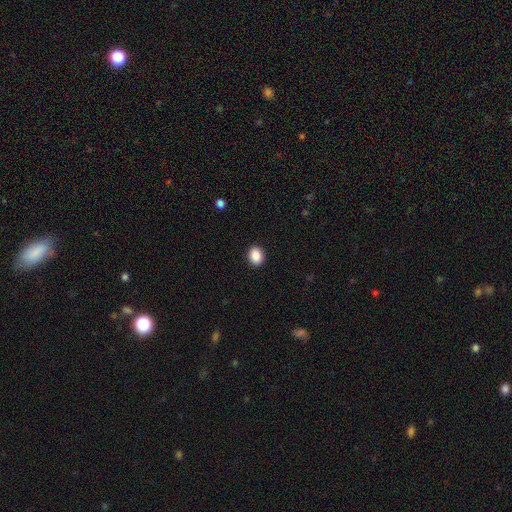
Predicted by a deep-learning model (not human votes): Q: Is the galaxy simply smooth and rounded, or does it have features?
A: smooth — 89%.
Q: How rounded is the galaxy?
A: in between — 51%.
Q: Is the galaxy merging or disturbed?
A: none — 91%.